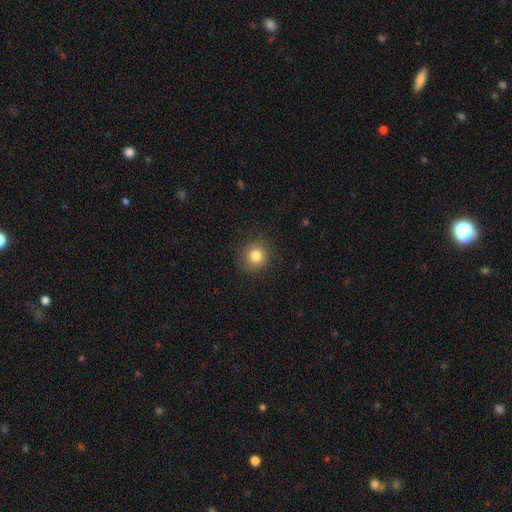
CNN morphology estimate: The model was most divided on "smooth or featured": smooth: 82%, star or artifact: 11%, featured or disk: 7%. More confident: merging — none (87%); how rounded — round (87%).